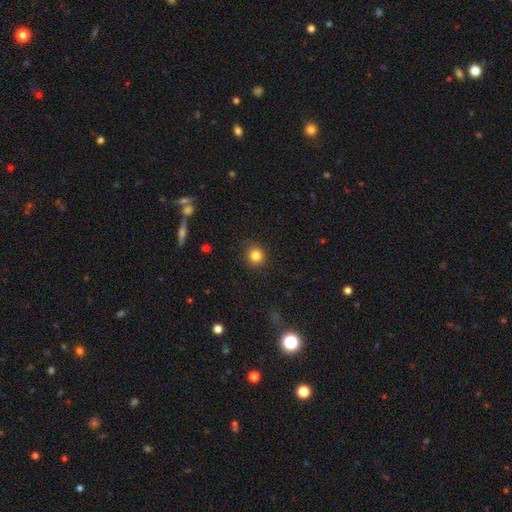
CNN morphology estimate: smooth 83%, star or artifact 11%, featured or disk 5%. Down the decision tree: how rounded — round (91%); merging — none (88%).